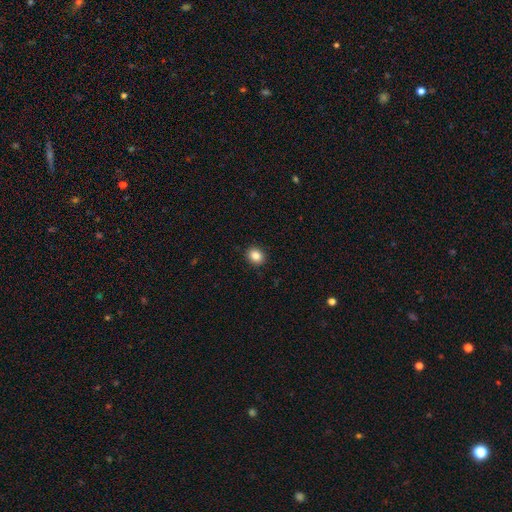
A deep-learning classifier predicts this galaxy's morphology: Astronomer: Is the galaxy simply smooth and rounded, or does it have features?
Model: smooth — 85%.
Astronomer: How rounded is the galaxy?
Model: round — 65%.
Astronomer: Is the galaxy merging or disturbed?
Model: none — 91%.